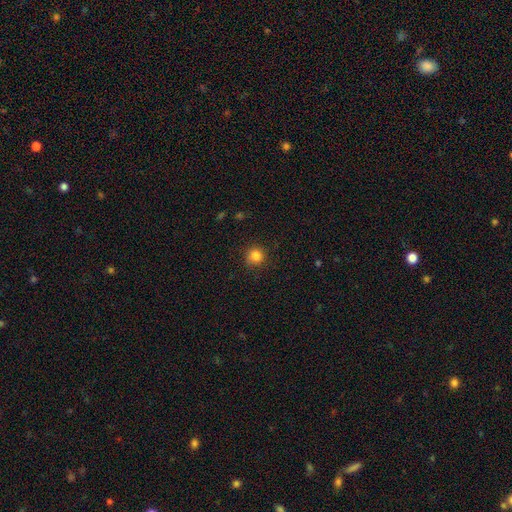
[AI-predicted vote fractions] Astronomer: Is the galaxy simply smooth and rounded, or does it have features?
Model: smooth — 84%.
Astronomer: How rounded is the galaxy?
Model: round — 92%.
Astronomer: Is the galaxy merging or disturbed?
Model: none — 82%.